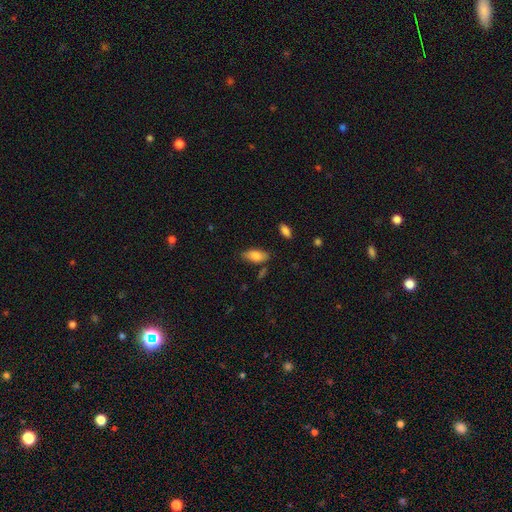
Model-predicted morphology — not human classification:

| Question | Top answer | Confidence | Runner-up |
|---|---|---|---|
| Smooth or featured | smooth | 81% | featured or disk (12%) |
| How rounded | in between | 87% | cigar-shaped (10%) |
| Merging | none | 76% | minor disturbance (17%) |